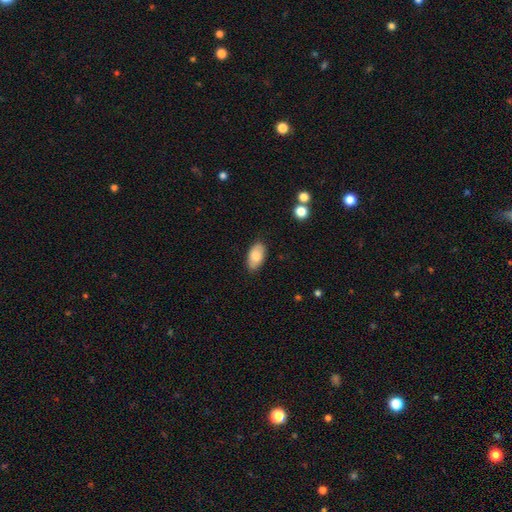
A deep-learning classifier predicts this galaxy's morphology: smooth_or_featured: smooth (p=0.83) [alt: featured or disk p=0.11]
how_rounded: in between (p=0.94) [alt: round p=0.03]
merging: none (p=0.84) [alt: minor disturbance p=0.12]